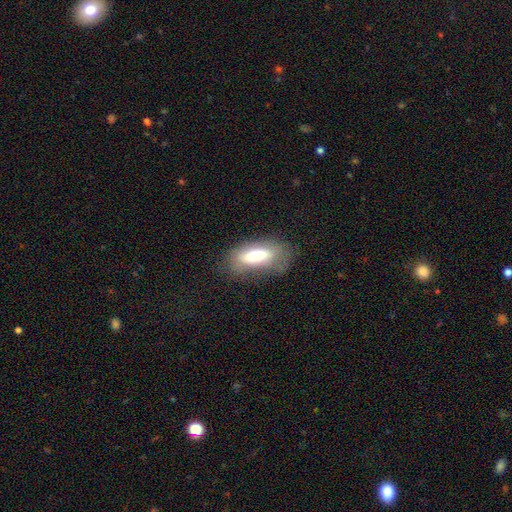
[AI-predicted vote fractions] This appears to be a smooth galaxy with no disk features (67%) that is in between round and cigar-shaped (71%). Merging: none (67%).